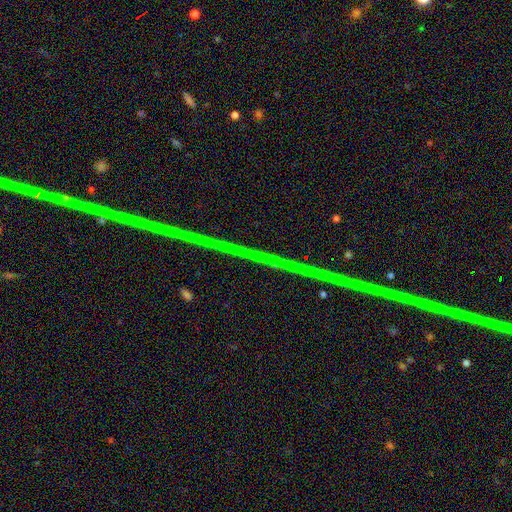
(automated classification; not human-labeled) Overall: star or artifact (76%).